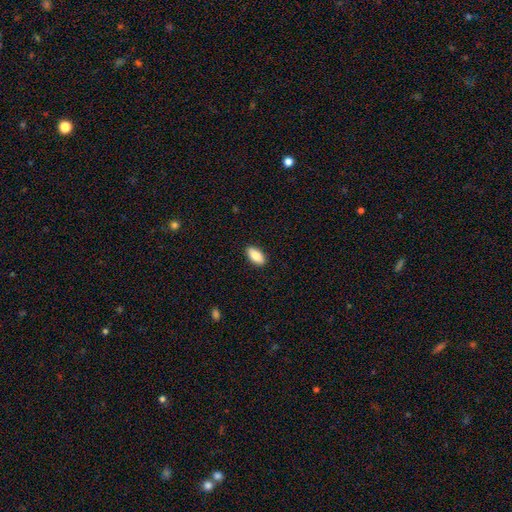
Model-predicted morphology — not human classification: The model was most divided on "smooth or featured": smooth: 84%, featured or disk: 10%, star or artifact: 6%. More confident: how rounded — in between (90%); merging — none (90%).